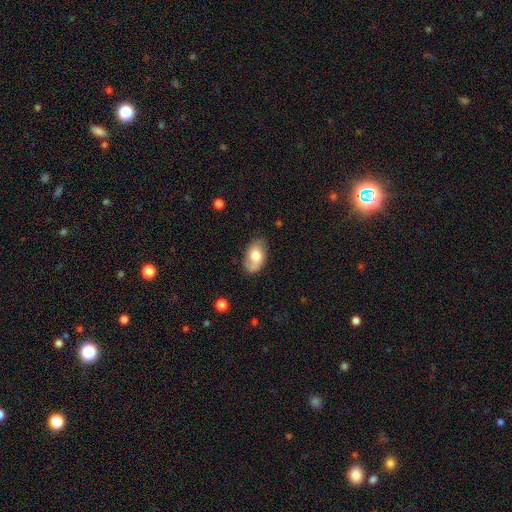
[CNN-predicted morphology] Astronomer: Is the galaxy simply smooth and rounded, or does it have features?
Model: smooth — 65%.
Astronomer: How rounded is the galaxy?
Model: in between — 91%.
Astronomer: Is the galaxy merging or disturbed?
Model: none — 64%.